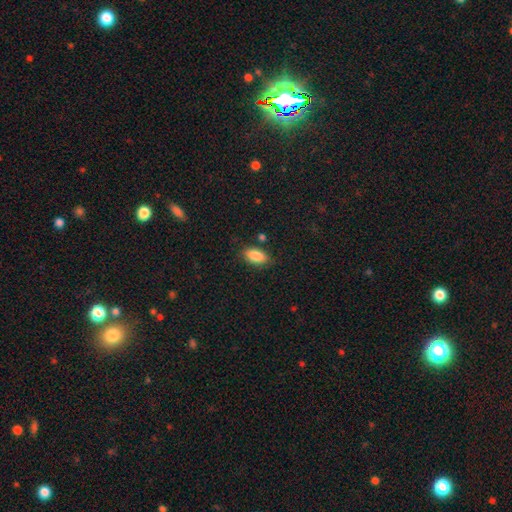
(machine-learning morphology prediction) Smooth or featured?
  - smooth: 87% *
  - star or artifact: 7%
  - featured or disk: 5%
How rounded?
  - in between: 91% *
  - cigar-shaped: 5%
  - round: 4%
Merging?
  - none: 82% *
  - minor disturbance: 12%
  - merger: 3%
  - major disturbance: 3%